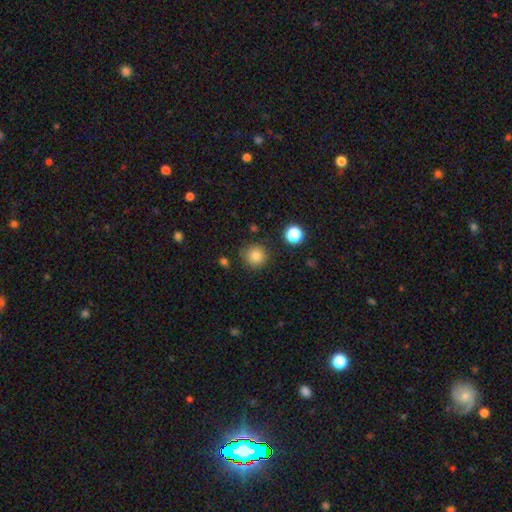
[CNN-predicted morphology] Smooth or featured?
  - smooth: 81% *
  - star or artifact: 13%
  - featured or disk: 6%
How rounded?
  - round: 93% *
  - in between: 6%
  - cigar-shaped: 1%
Merging?
  - none: 83% *
  - minor disturbance: 11%
  - major disturbance: 3%
  - merger: 3%